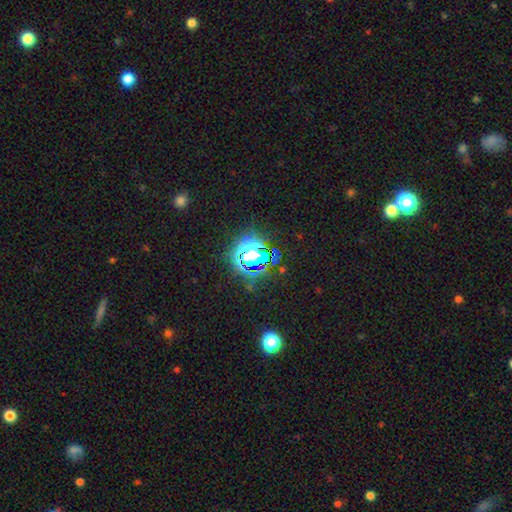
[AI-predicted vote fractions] The model was most divided on "smooth or featured": star or artifact: 65%, smooth: 24%, featured or disk: 11%.